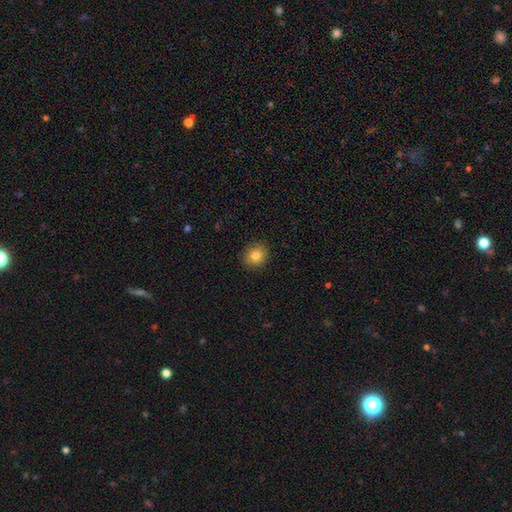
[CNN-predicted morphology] type=smooth (83%); roundness=round (82%); merging=none (91%).